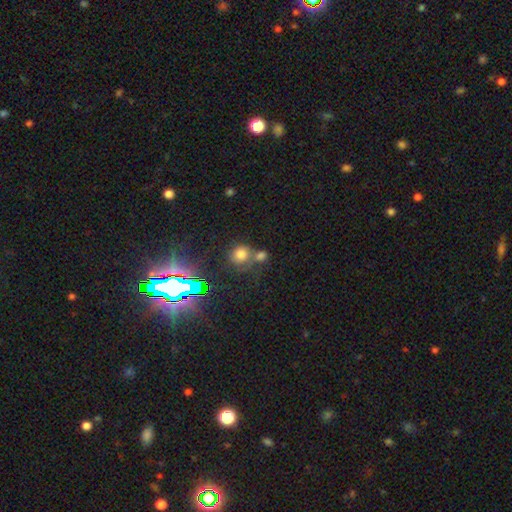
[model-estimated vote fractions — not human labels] Smooth or featured? smooth (53%)
How rounded? round (85%)
Merging? none (56%)